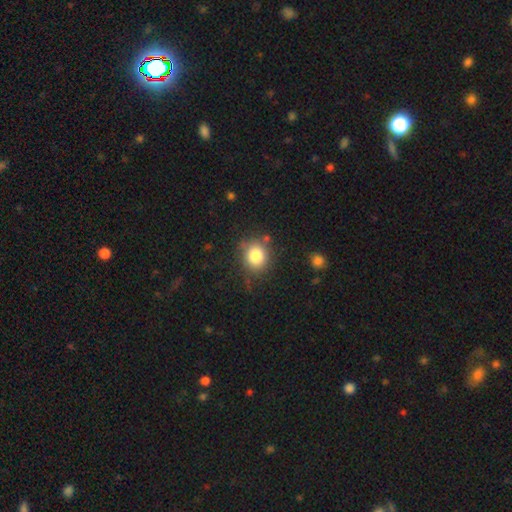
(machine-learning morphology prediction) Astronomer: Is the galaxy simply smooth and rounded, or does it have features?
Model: smooth — 81%.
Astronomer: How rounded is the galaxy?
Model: round — 78%.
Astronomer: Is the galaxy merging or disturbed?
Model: none — 77%.